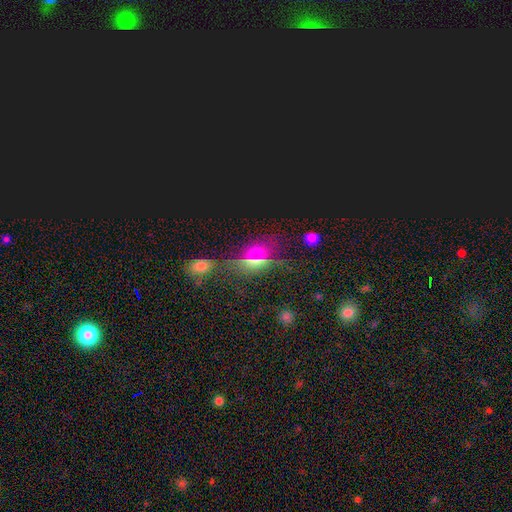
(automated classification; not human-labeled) smooth-or-featured: star or artifact: 46% | smooth: 39% | featured or disk: 15%